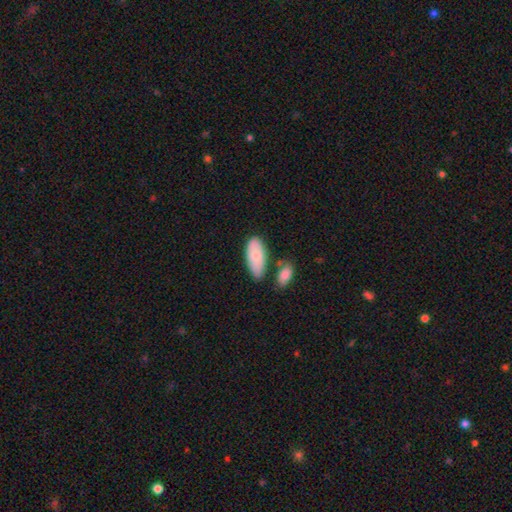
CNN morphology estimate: This appears to be a smooth galaxy with no disk features (77%) that is in between round and cigar-shaped (92%). Merging: none (59%).